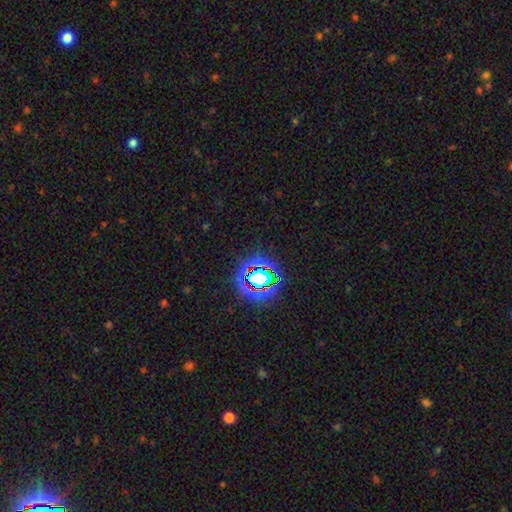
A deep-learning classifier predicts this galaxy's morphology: This appears to be a star or artifact, not a galaxy (78%).